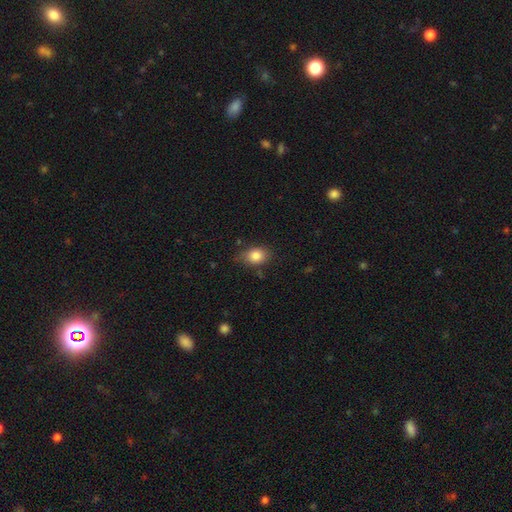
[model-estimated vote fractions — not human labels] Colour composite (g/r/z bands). It shows a smooth galaxy with no disk features (84%) that is in between round and cigar-shaped (71%). Merging: none (70%).